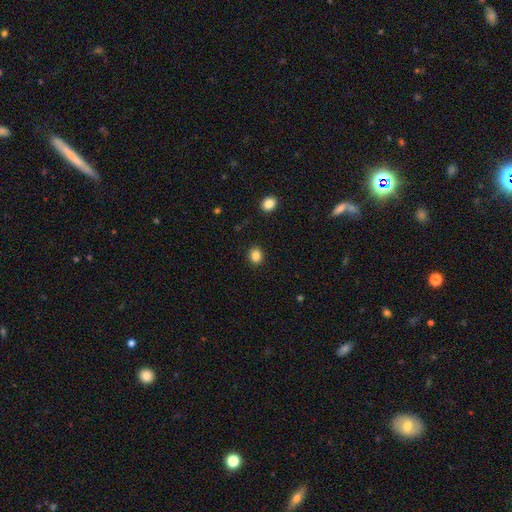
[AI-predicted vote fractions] Smooth or featured: smooth — 85% (star or artifact — 11%)
How rounded: round — 71% (in between — 29%)
Merging: none — 91% (minor disturbance — 6%)